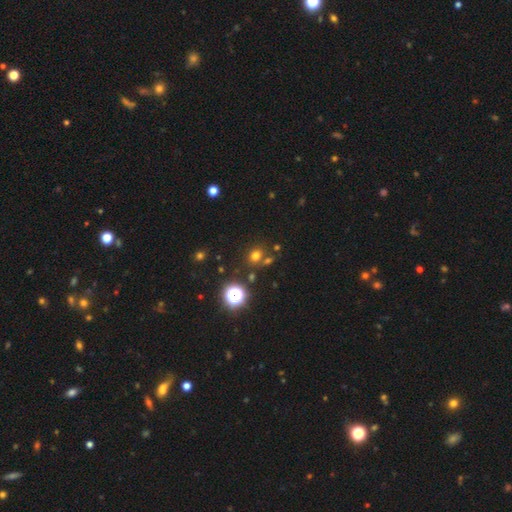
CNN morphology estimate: Q: Smooth or featured?
A: smooth (66%); runner-up: star or artifact (27%)
Q: How rounded?
A: round (72%); runner-up: in between (27%)
Q: Merging?
A: none (74%); runner-up: merger (13%)